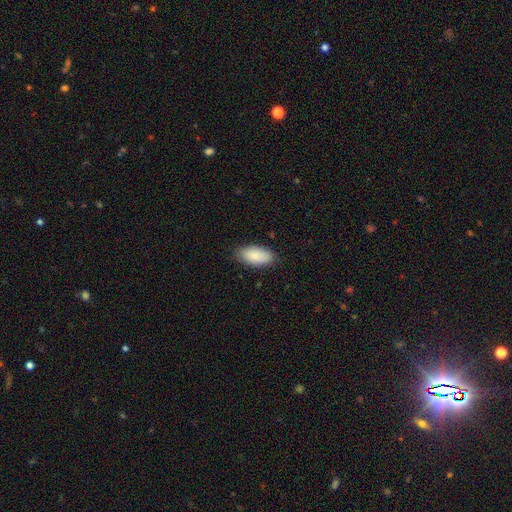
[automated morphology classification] Smooth or featured: smooth — 85% (featured or disk — 8%)
How rounded: in between — 94% (cigar-shaped — 4%)
Merging: none — 84% (minor disturbance — 13%)